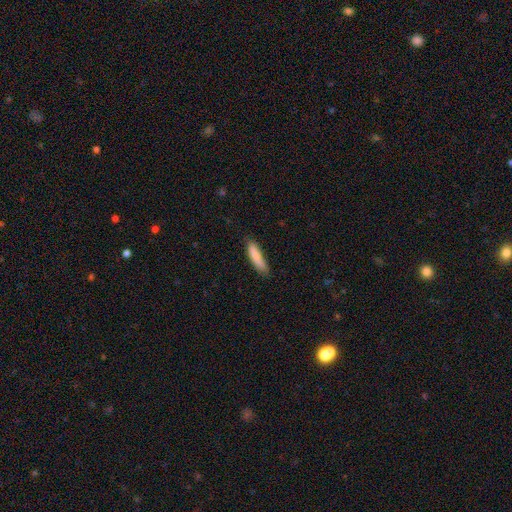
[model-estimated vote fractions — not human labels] smooth_or_featured: smooth (p=0.85) [alt: featured or disk p=0.09]
how_rounded: cigar-shaped (p=0.75) [alt: in between p=0.23]
merging: none (p=0.71) [alt: minor disturbance p=0.23]